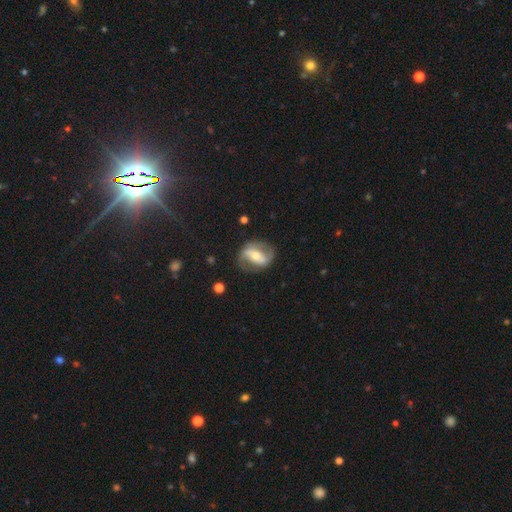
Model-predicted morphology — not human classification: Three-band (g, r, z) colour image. It shows a featured or disk galaxy (74%) with a strong bar (54%), 2 (86%) loose (41%) spiral arms (78%) and a moderate central bulge (56%). Merging: none (74%).